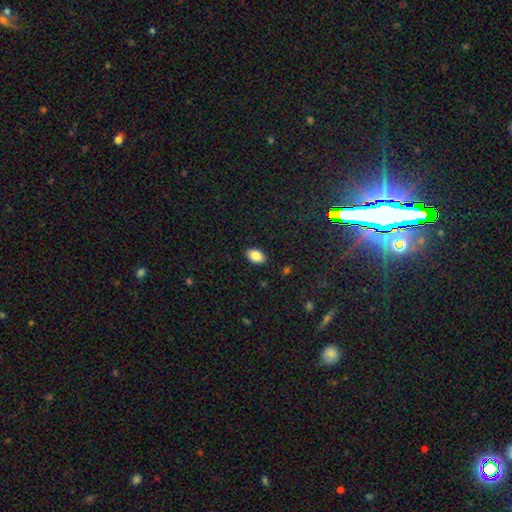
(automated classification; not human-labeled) The model was most divided on "smooth or featured": smooth: 87%, star or artifact: 8%, featured or disk: 5%. More confident: how rounded — in between (90%); merging — none (89%).